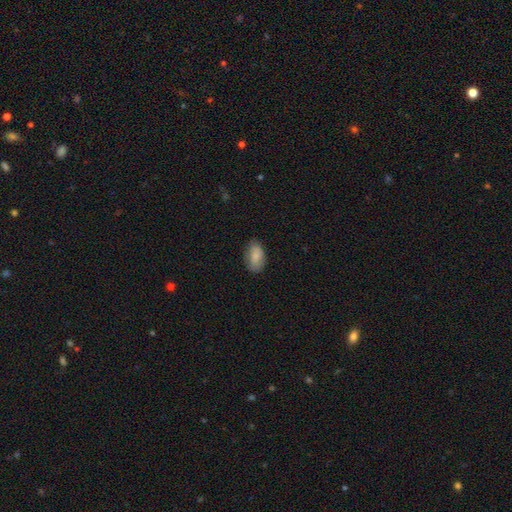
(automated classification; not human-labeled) smooth 82%, featured or disk 11%, star or artifact 7%. Down the decision tree: how rounded — in between (93%); merging — none (77%).